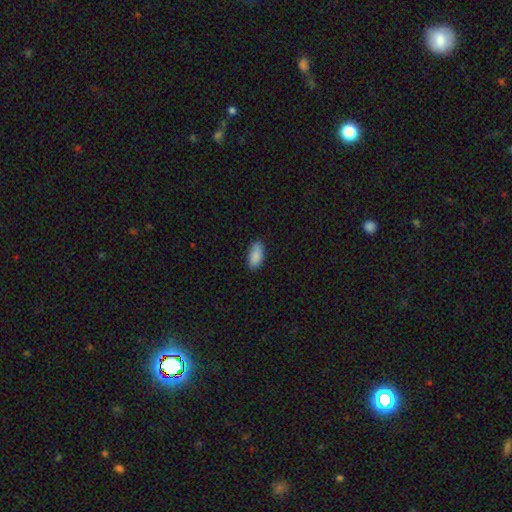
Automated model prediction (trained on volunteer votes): Morphology: type=smooth (89%); roundness=in between (91%); merging=none (82%).